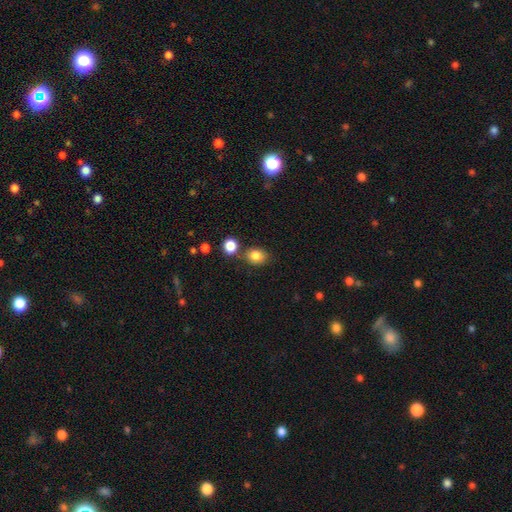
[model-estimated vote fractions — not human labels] smooth_or_featured: smooth (p=0.83) [alt: star or artifact p=0.11]
how_rounded: round (p=0.50) [alt: in between p=0.49]
merging: none (p=0.73) [alt: minor disturbance p=0.12]